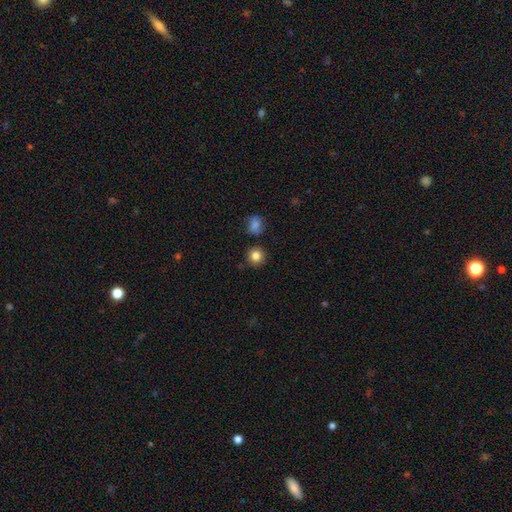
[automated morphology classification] Overall: smooth (84%). How rounded: round (93%). Merging: none (86%).